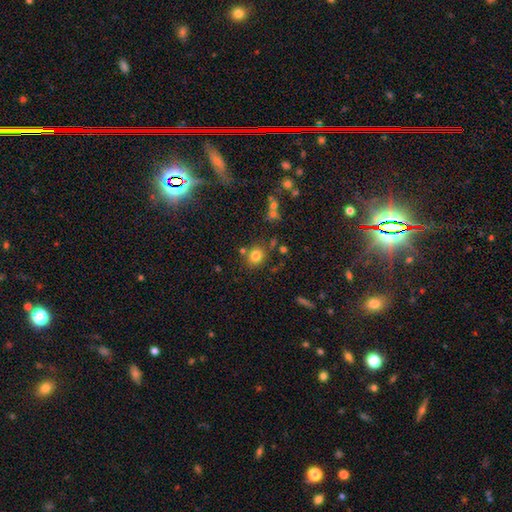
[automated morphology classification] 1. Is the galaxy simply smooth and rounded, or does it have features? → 79% smooth, 13% star or artifact, 8% featured or disk.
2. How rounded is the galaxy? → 81% round, 18% in between, 1% cigar-shaped.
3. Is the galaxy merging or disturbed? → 77% none, 11% minor disturbance, 9% merger, 4% major disturbance.